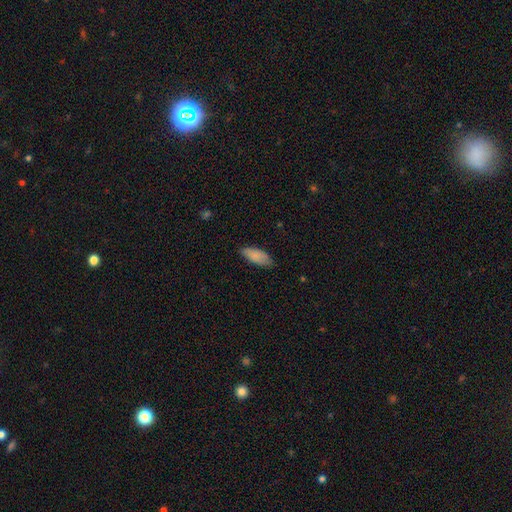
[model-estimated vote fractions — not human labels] Morphology: type=smooth (86%); roundness=in between (80%); merging=none (76%).